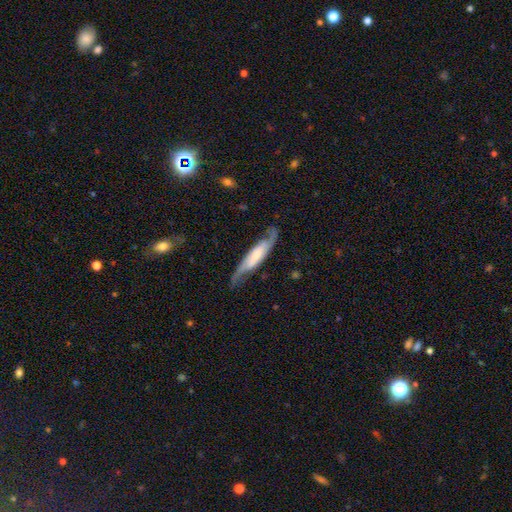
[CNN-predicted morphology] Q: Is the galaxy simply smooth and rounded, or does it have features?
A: featured or disk — 74%.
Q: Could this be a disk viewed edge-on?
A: no — 66%.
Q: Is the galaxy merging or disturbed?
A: none — 68%.